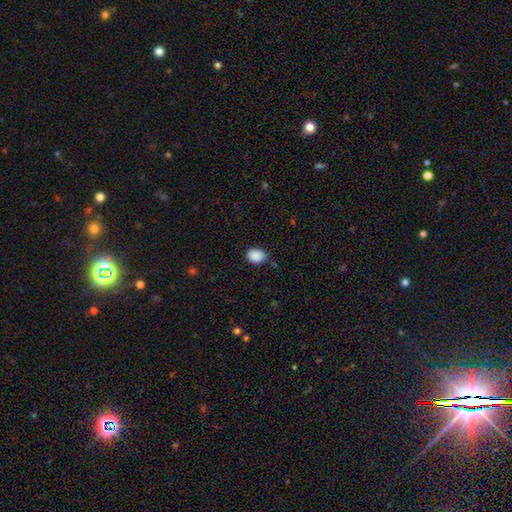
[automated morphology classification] Q: Smooth or featured?
A: smooth (89%); runner-up: star or artifact (8%)
Q: How rounded?
A: in between (65%); runner-up: round (34%)
Q: Merging?
A: none (79%); runner-up: minor disturbance (16%)